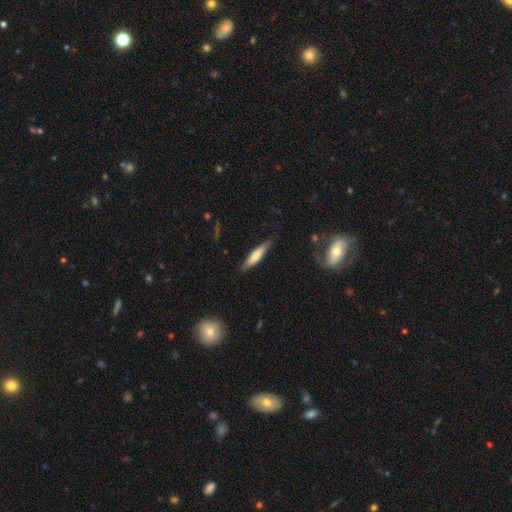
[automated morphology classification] smooth 60%, featured or disk 35%, star or artifact 6%. Down the decision tree: how rounded — cigar-shaped (78%); merging — none (79%).